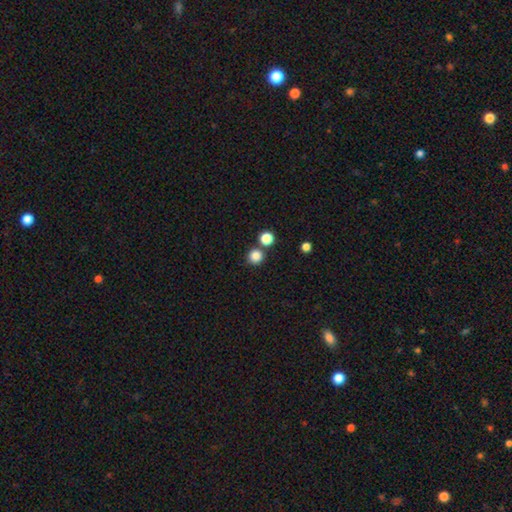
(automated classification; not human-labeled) Smooth or featured?
  - smooth: 84% *
  - star or artifact: 12%
  - featured or disk: 4%
How rounded?
  - round: 94% *
  - in between: 5%
  - cigar-shaped: 1%
Merging?
  - none: 77% *
  - merger: 15%
  - minor disturbance: 6%
  - major disturbance: 2%